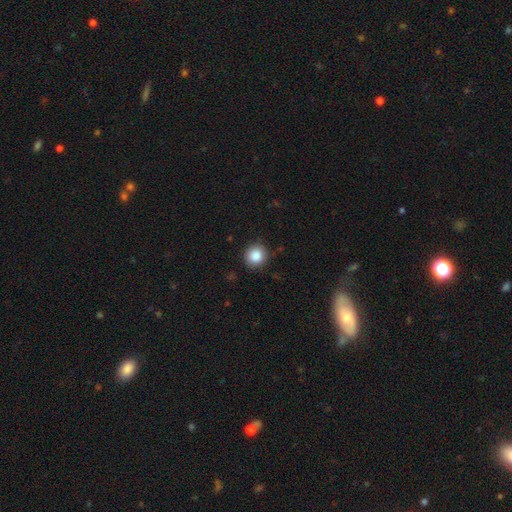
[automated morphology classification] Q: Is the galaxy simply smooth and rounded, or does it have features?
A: smooth — 87%.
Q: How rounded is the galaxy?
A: round — 90%.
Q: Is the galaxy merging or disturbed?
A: none — 87%.